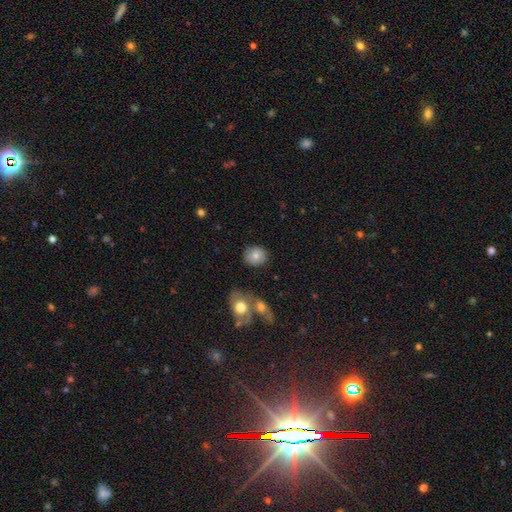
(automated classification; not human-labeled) Smooth or featured: smooth — 76% (featured or disk — 16%)
How rounded: round — 76% (in between — 23%)
Merging: none — 82% (minor disturbance — 10%)